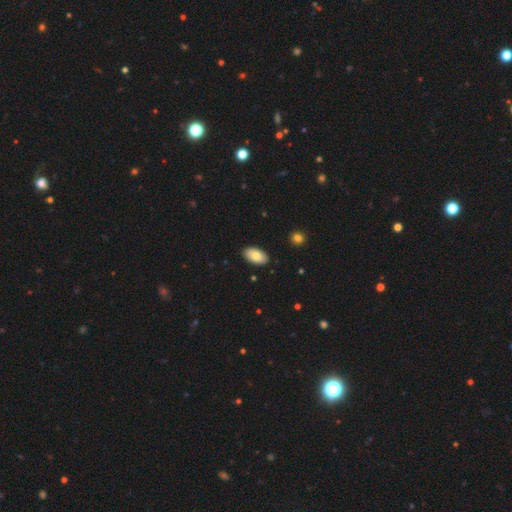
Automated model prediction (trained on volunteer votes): Q: Smooth or featured?
A: smooth (79%); runner-up: featured or disk (15%)
Q: How rounded?
A: in between (95%); runner-up: round (3%)
Q: Merging?
A: none (88%); runner-up: minor disturbance (9%)